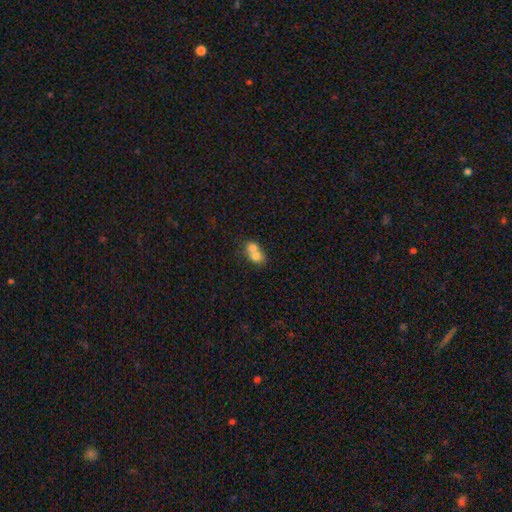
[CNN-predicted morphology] smooth 71%, featured or disk 20%, star or artifact 10%. Down the decision tree: how rounded — round (64%); merging — merger (73%).